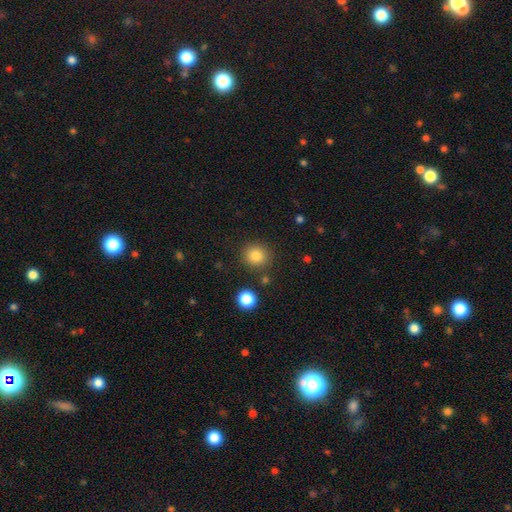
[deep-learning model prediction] The model was most divided on "smooth or featured": smooth: 84%, star or artifact: 11%, featured or disk: 6%. More confident: how rounded — round (89%); merging — none (86%).